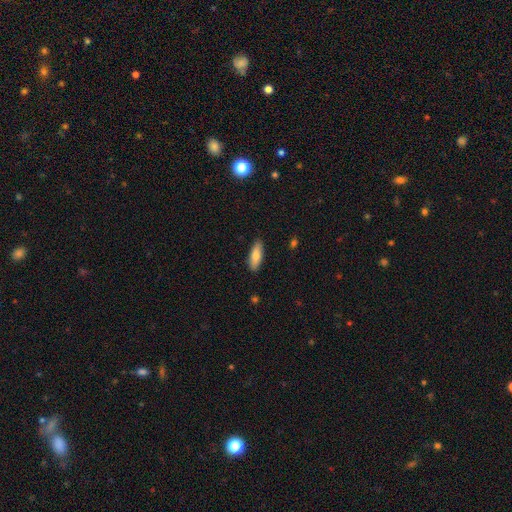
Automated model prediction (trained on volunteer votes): A smooth galaxy with no disk features (78%) that is in between round and cigar-shaped (54%).

Vote fractions:
- Smooth or featured? smooth: 78% / featured or disk: 16% / star or artifact: 6%
- How rounded? in between: 54% / cigar-shaped: 44% / round: 2%
- Merging? none: 88% / minor disturbance: 9% / major disturbance: 2% / merger: 1%